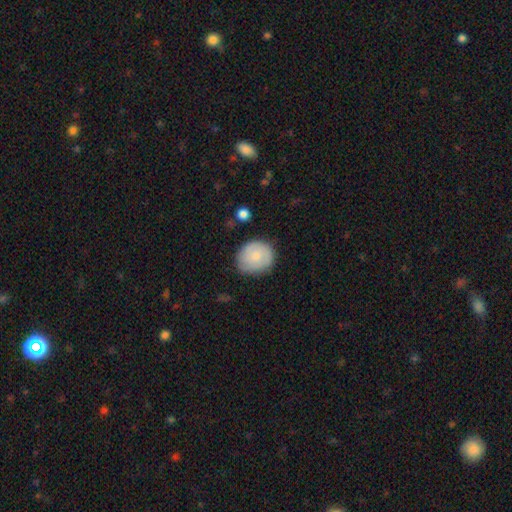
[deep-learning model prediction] smooth 66%, featured or disk 28%, star or artifact 7%. Down the decision tree: how rounded — round (80%); merging — none (76%).